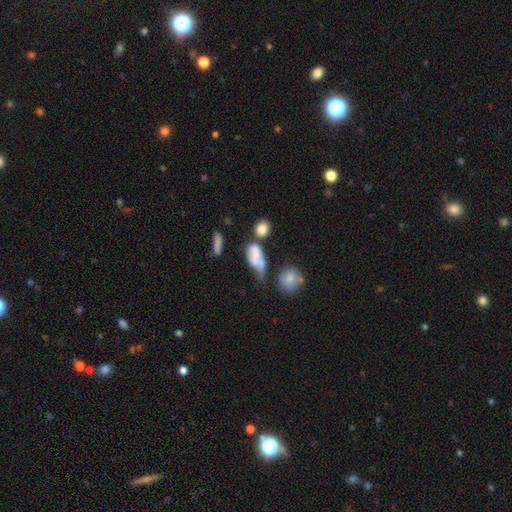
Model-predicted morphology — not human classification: Smooth or featured? Predicted: smooth (p=0.63). How rounded? Predicted: in between (p=0.78). Merging? Predicted: merger (p=0.32).